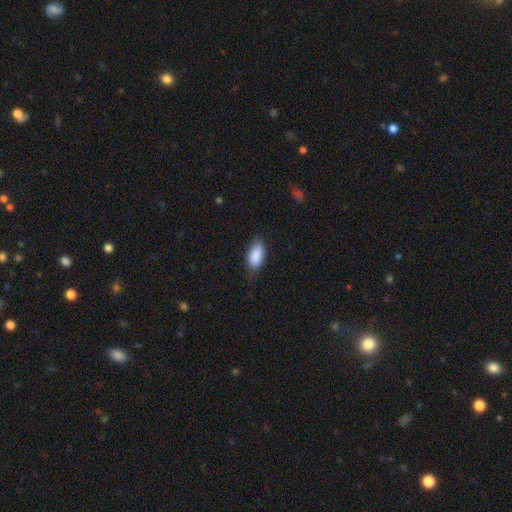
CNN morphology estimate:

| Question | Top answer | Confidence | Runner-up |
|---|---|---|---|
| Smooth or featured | smooth | 88% | star or artifact (7%) |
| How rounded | in between | 90% | cigar-shaped (7%) |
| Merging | none | 71% | minor disturbance (23%) |